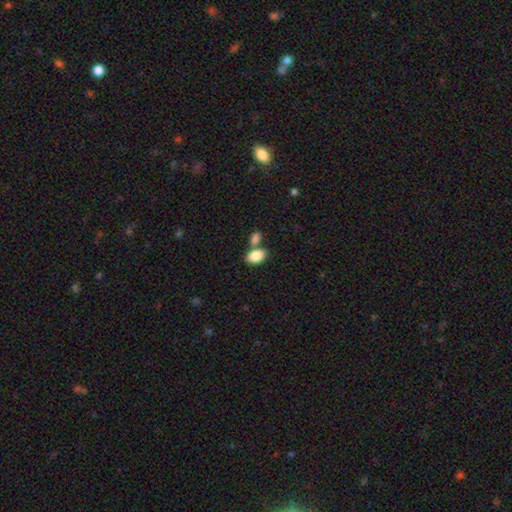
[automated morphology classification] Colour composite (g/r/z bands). It shows a smooth galaxy with no disk features (85%) that is in between round and cigar-shaped (88%). Merging: none (53%).